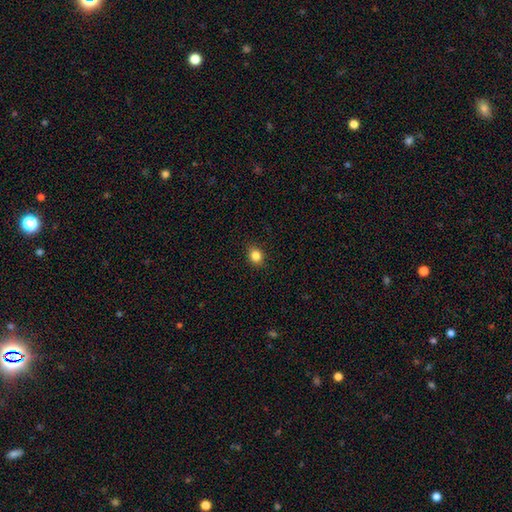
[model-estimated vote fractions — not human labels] This appears to be a smooth galaxy with no disk features (84%) that is round (63%). Merging: none (89%).